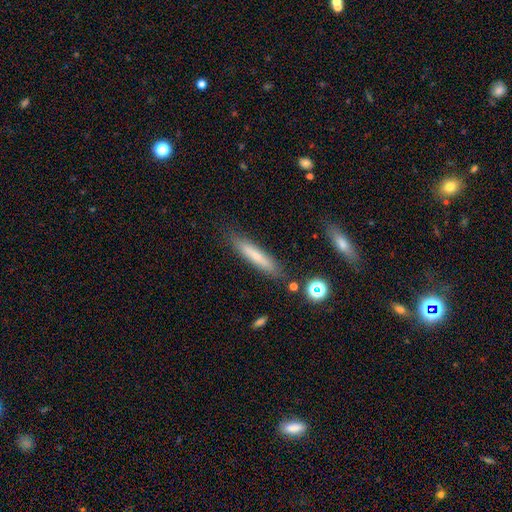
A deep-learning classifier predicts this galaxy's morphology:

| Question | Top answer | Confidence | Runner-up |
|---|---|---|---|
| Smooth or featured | smooth | 69% | featured or disk (22%) |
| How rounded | cigar-shaped | 90% | in between (9%) |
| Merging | none | 84% | minor disturbance (10%) |